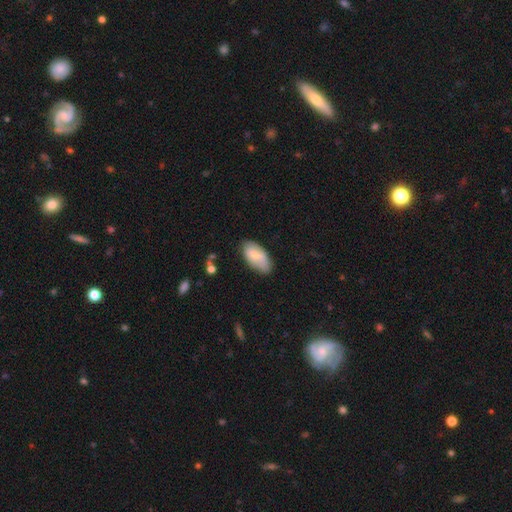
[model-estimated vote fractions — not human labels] Morphology: type=smooth (72%); roundness=in between (94%); merging=none (67%).